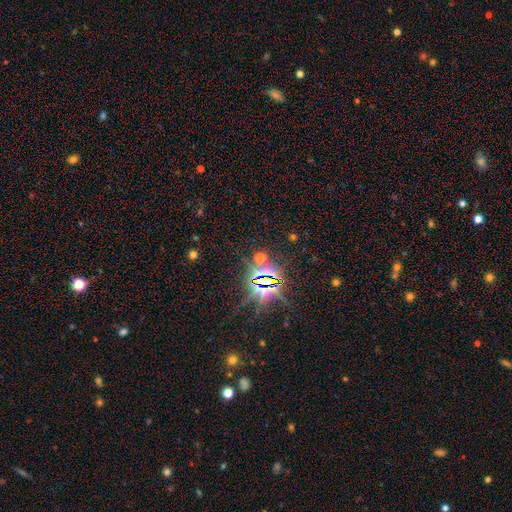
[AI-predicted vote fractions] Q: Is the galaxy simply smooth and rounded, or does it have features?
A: star or artifact — 82%.